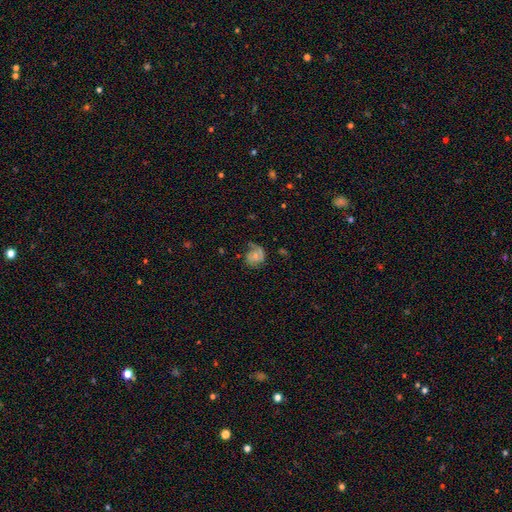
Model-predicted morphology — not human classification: Smooth or featured?
  - featured or disk: 59% *
  - smooth: 32%
  - star or artifact: 9%
Edge-on disk?
  - no: 98% *
  - yes: 2%
Bar?
  - no: 72% *
  - weak: 24%
  - strong: 4%
Spiral arms?
  - yes: 87% *
  - no: 13%
Bulge size?
  - small: 51% *
  - moderate: 35%
  - none: 10%
  - large: 3%
  - dominant: 1%
Merging?
  - none: 53% *
  - minor disturbance: 25%
  - major disturbance: 19%
  - merger: 2%